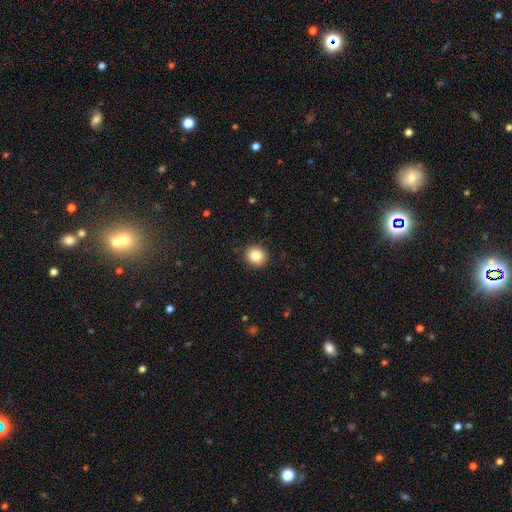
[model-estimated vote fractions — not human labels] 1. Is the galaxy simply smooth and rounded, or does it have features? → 86% smooth, 9% star or artifact, 5% featured or disk.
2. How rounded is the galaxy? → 85% round, 14% in between, 1% cigar-shaped.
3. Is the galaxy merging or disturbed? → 90% none, 7% minor disturbance, 2% major disturbance, 1% merger.